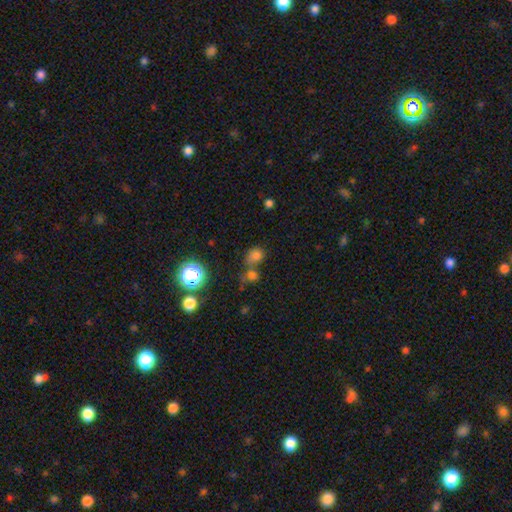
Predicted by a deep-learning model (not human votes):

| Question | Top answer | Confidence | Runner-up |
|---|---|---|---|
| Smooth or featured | smooth | 69% | star or artifact (23%) |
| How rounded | round | 69% | in between (30%) |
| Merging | none | 52% | merger (30%) |